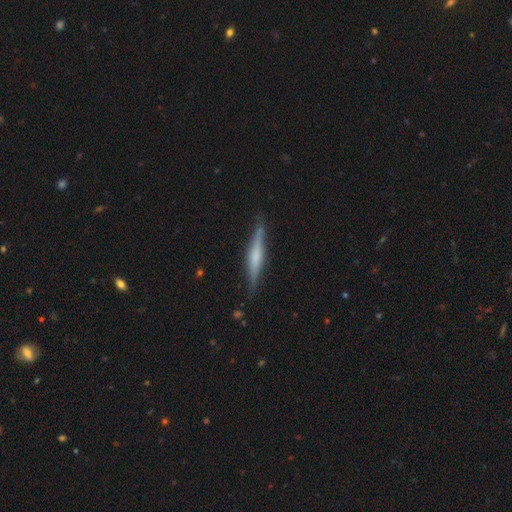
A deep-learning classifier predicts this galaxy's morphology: smooth_or_featured: featured or disk (p=0.59) [alt: smooth p=0.35]
disk_edge_on: yes (p=0.97) [alt: no p=0.03]
edge_on_bulge: rounded (p=0.52) [alt: boxy p=0.24]
merging: none (p=0.88) [alt: minor disturbance p=0.09]